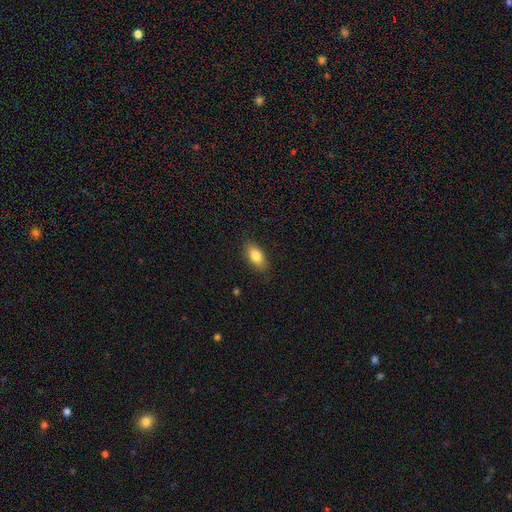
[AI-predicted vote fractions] Smooth or featured: smooth — 83% (featured or disk — 10%)
How rounded: in between — 88% (cigar-shaped — 8%)
Merging: none — 85% (minor disturbance — 11%)